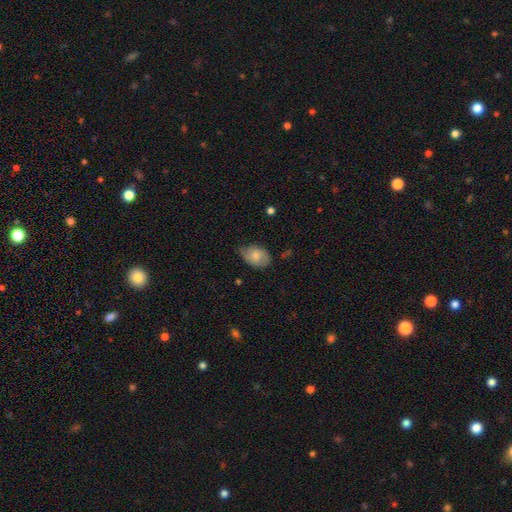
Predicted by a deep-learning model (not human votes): Overall: smooth (71%). How rounded: in between (82%). Merging: none (54%; minor disturbance 37%).